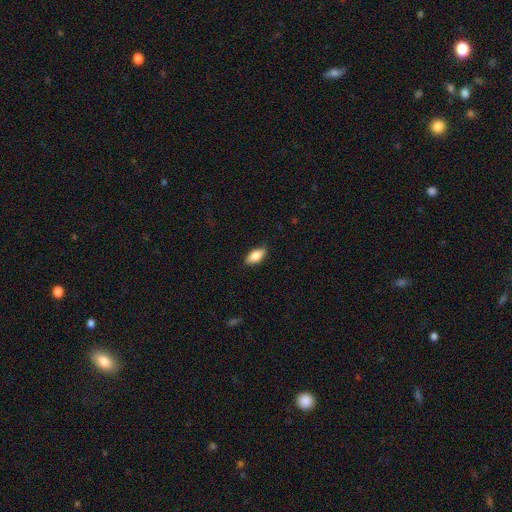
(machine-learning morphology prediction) A smooth galaxy with no disk features (76%) that is in between round and cigar-shaped (87%).

Vote fractions:
- Smooth or featured? smooth: 76% / featured or disk: 17% / star or artifact: 7%
- How rounded? in between: 87% / cigar-shaped: 10% / round: 3%
- Merging? none: 87% / minor disturbance: 10% / major disturbance: 2% / merger: 1%